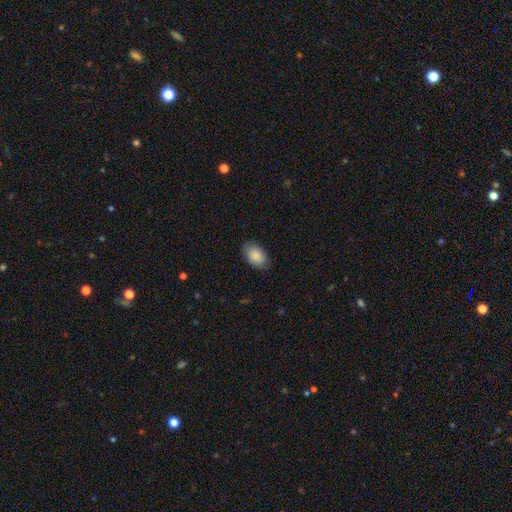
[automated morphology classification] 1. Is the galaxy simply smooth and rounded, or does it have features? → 89% smooth, 6% star or artifact, 5% featured or disk.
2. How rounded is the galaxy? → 92% in between, 7% round, 1% cigar-shaped.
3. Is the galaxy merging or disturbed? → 84% none, 12% minor disturbance, 3% major disturbance, 1% merger.